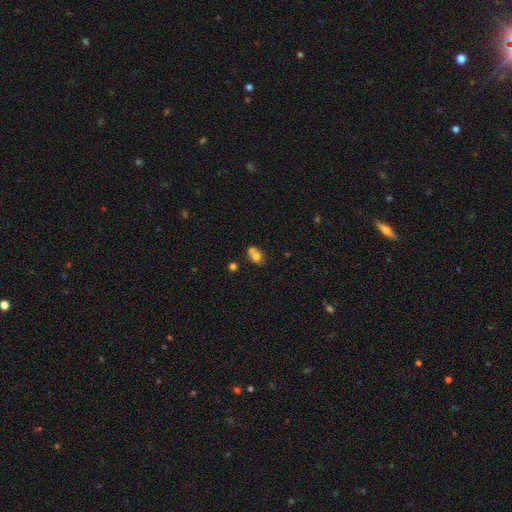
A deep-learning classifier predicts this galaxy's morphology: Smooth or featured? Predicted: smooth (p=0.72). How rounded? Predicted: round (p=0.57). Merging? Predicted: merger (p=0.52).